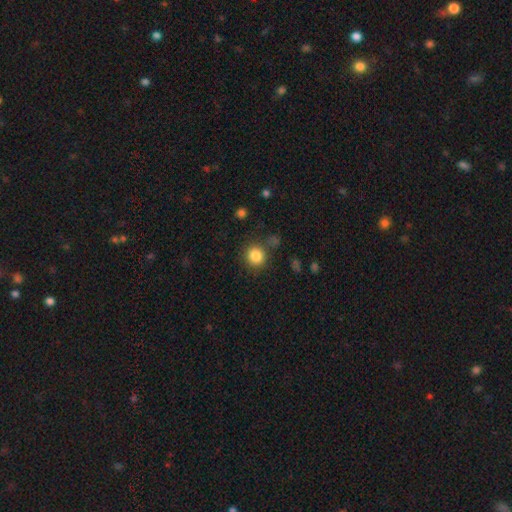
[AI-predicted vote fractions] This is clearly a smooth galaxy (84%). How rounded: clearly round (90%). Merging: clearly none (82%).